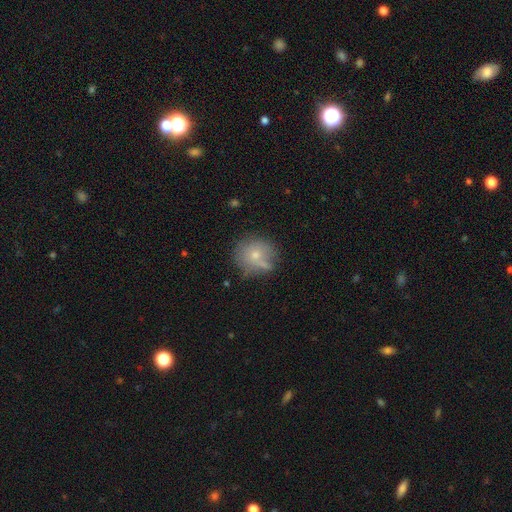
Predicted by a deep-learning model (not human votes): Smooth or featured: smooth — 68% (featured or disk — 21%)
How rounded: round — 85% (in between — 14%)
Merging: none — 60% (minor disturbance — 21%)